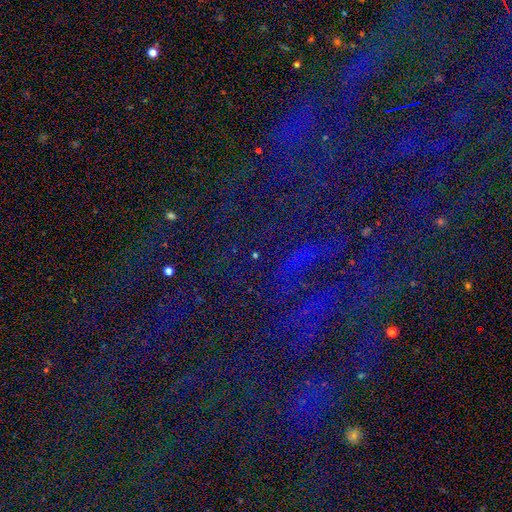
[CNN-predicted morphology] A star or artifact, not a galaxy (80%).

Vote fractions:
- Smooth or featured? star or artifact: 80% / smooth: 12% / featured or disk: 8%